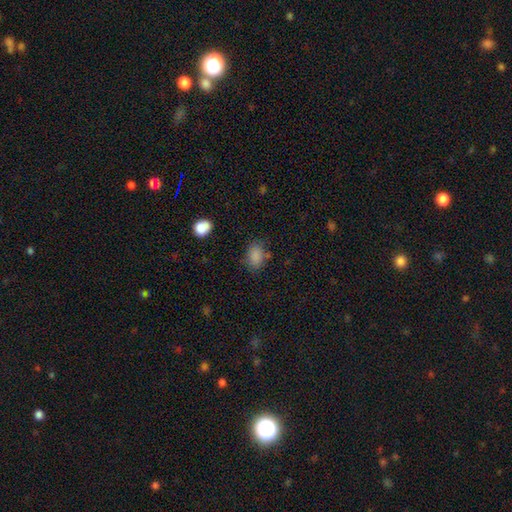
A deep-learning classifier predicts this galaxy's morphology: Smooth or featured? smooth (84%)
How rounded? in between (79%)
Merging? none (72%)